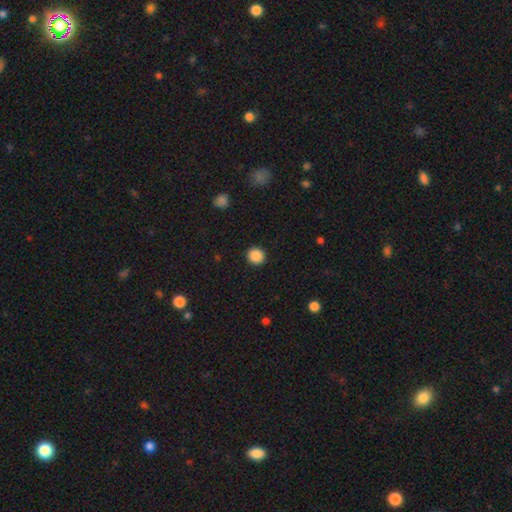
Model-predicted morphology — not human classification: type=smooth (88%); roundness=round (89%); merging=none (92%).